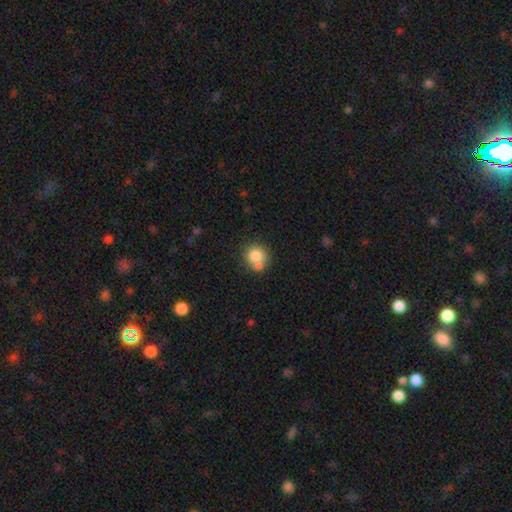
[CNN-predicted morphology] Smooth or featured: smooth — 79% (featured or disk — 12%)
How rounded: round — 86% (in between — 13%)
Merging: none — 52% (merger — 34%)